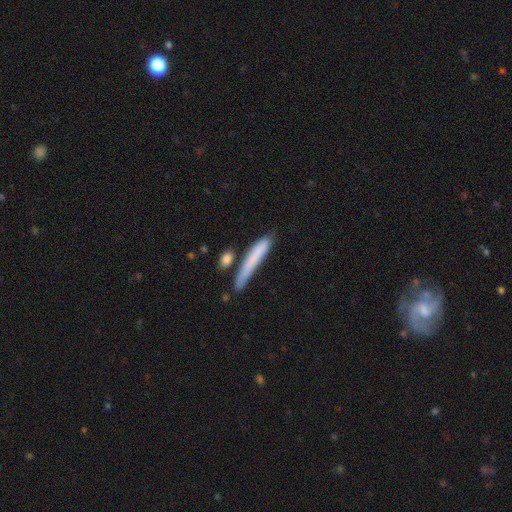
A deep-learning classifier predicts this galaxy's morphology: Q: Smooth or featured?
A: smooth (71%); runner-up: featured or disk (22%)
Q: How rounded?
A: cigar-shaped (95%); runner-up: in between (4%)
Q: Merging?
A: none (74%); runner-up: minor disturbance (15%)